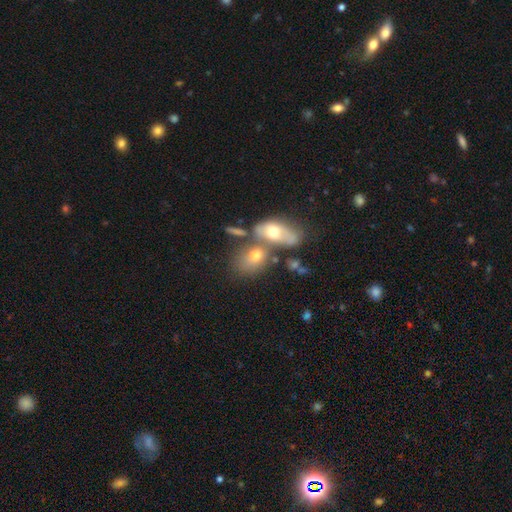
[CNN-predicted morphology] This appears to be a smooth galaxy with no disk features (66%) that is in between round and cigar-shaped (75%). Merging: merger (52%).